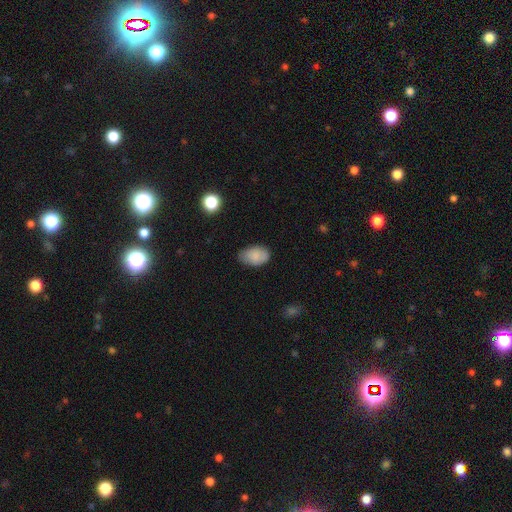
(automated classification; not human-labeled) A smooth galaxy with no disk features (84%) that is in between round and cigar-shaped (89%).

Vote fractions:
- Smooth or featured? smooth: 84% / star or artifact: 8% / featured or disk: 8%
- How rounded? in between: 89% / round: 10% / cigar-shaped: 1%
- Merging? none: 68% / minor disturbance: 26% / major disturbance: 5% / merger: 2%